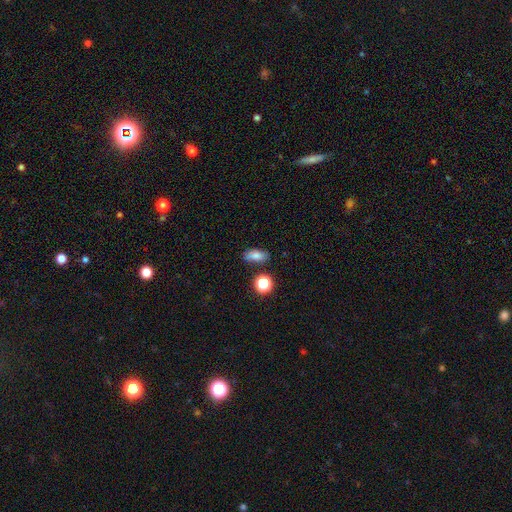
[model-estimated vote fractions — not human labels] Overall: smooth (76%). How rounded: in between (79%). Merging: none (78%).